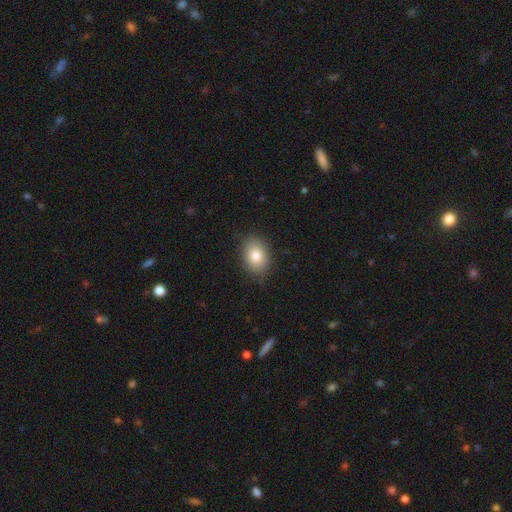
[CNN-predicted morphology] Smooth or featured? Predicted: smooth (p=0.83). How rounded? Predicted: in between (p=0.74). Merging? Predicted: none (p=0.86).